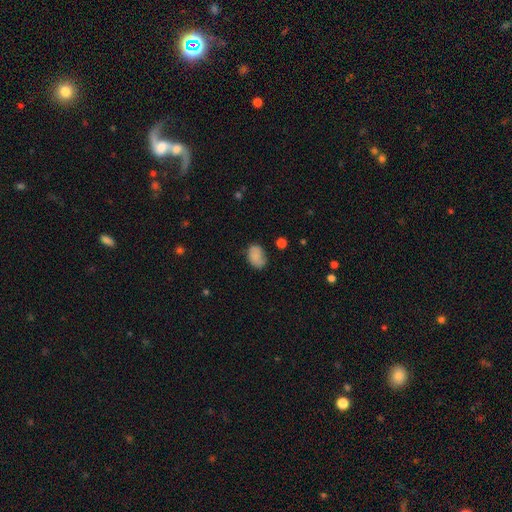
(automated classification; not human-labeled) Smooth or featured? smooth (84%)
How rounded? in between (82%)
Merging? none (68%)